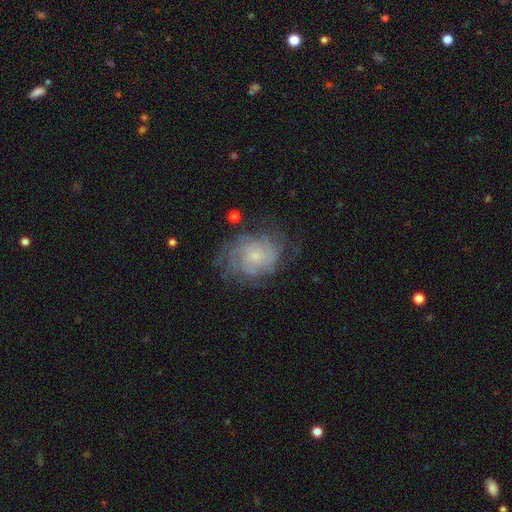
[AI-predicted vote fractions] This appears to be a featured or disk galaxy (71%) with no bar (80%), tight (63%) spiral arms (88%) and a small central bulge (76%). Merging: none (63%).